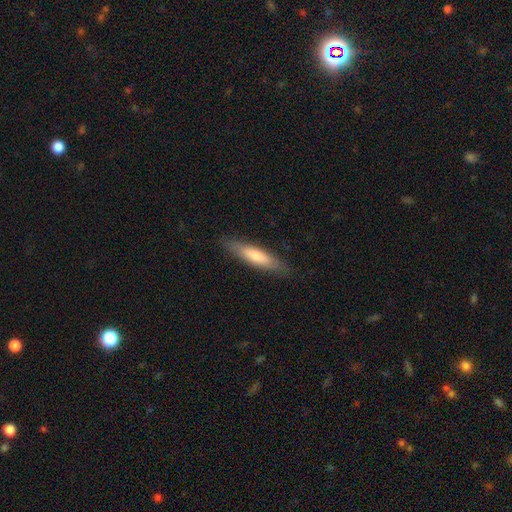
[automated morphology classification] A smooth galaxy with no disk features (70%) that is cigar-shaped (79%).

Vote fractions:
- Smooth or featured? smooth: 70% / featured or disk: 24% / star or artifact: 5%
- How rounded? cigar-shaped: 79% / in between: 20% / round: 1%
- Merging? none: 85% / minor disturbance: 11% / major disturbance: 2% / merger: 1%